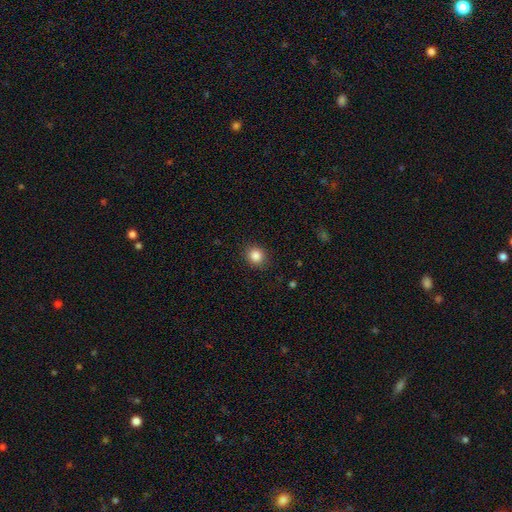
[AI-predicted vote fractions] Smooth or featured: smooth — 85% (star or artifact — 10%)
How rounded: round — 81% (in between — 18%)
Merging: none — 90% (minor disturbance — 7%)